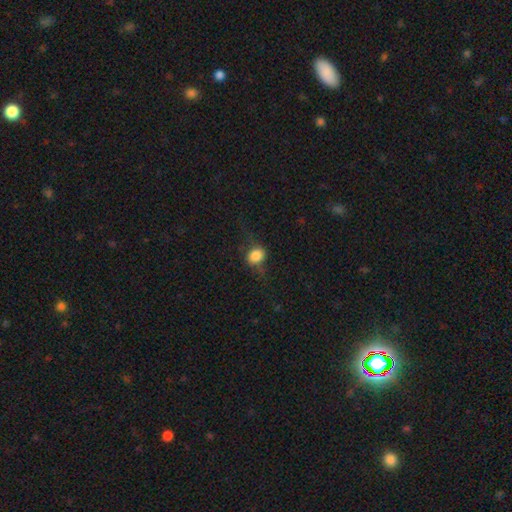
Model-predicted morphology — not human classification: A smooth galaxy with no disk features (81%) that is round (65%). Merging: none (62%).